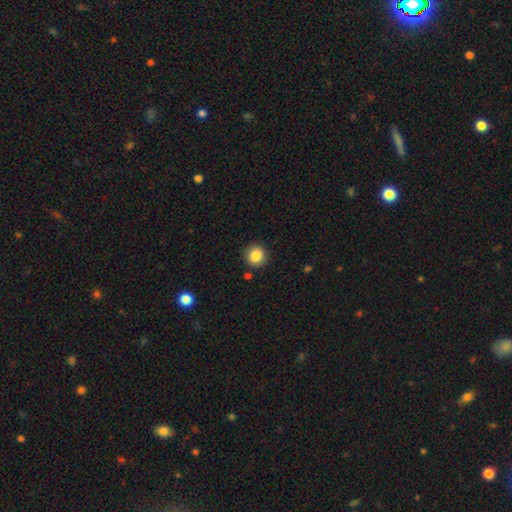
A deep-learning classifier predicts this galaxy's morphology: A smooth galaxy with no disk features (86%) that is round (90%).

Vote fractions:
- Smooth or featured? smooth: 86% / star or artifact: 9% / featured or disk: 5%
- How rounded? round: 90% / in between: 9% / cigar-shaped: 1%
- Merging? none: 89% / minor disturbance: 7% / major disturbance: 2% / merger: 2%